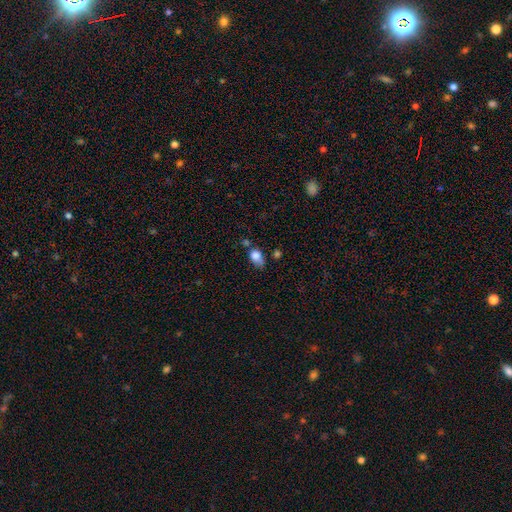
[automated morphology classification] Smooth or featured: smooth — 82% (star or artifact — 10%)
How rounded: in between — 74% (round — 24%)
Merging: none — 41% (minor disturbance — 35%)